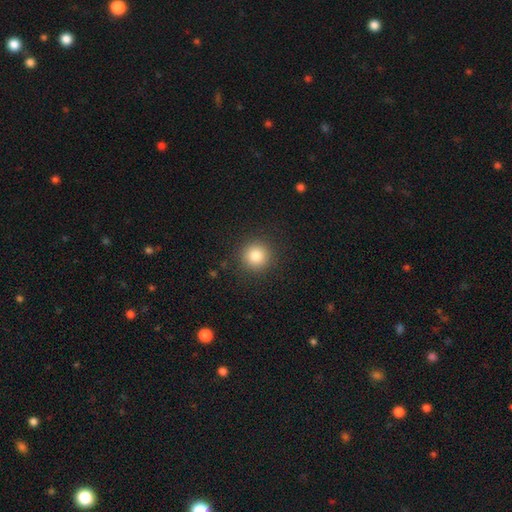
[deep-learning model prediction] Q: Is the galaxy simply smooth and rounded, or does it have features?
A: smooth — 83%.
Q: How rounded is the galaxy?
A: round — 95%.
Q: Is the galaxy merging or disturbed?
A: none — 91%.